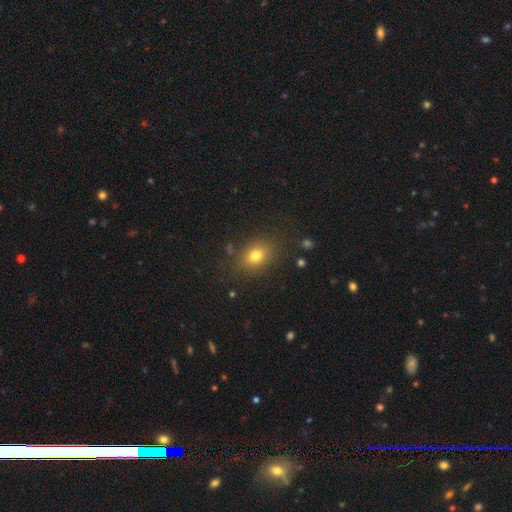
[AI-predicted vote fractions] Overall: smooth (76%). How rounded: in between (63%; round 36%). Merging: none (81%).